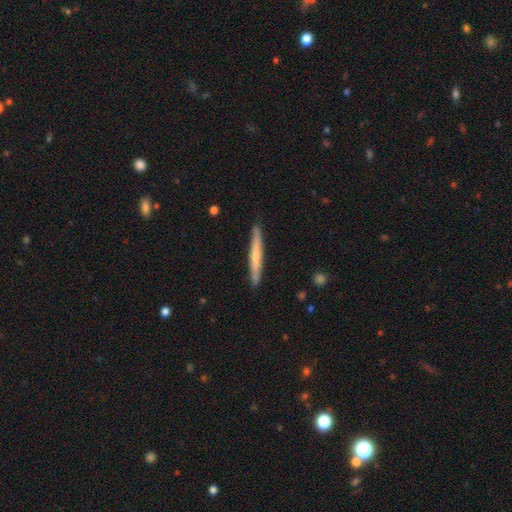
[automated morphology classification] Smooth or featured? smooth (52%)
How rounded? cigar-shaped (96%)
Merging? none (90%)